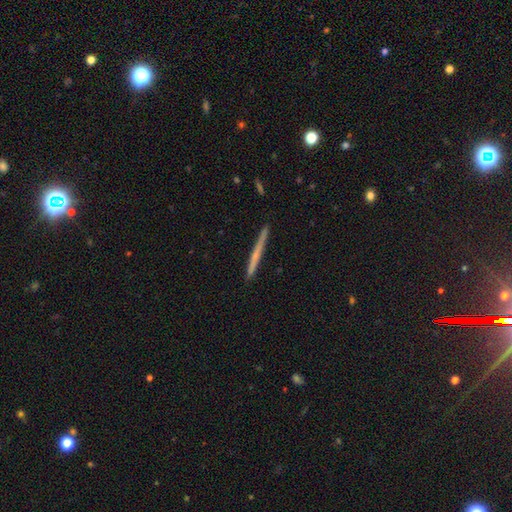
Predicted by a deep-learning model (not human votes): Smooth or featured? Predicted: featured or disk (p=0.47, tied with smooth). Merging? Predicted: none (p=0.90).